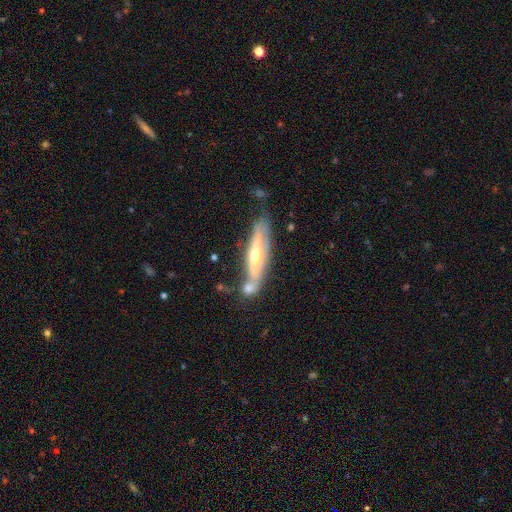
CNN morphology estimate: Smooth or featured?
  - featured or disk: 67% *
  - smooth: 27%
  - star or artifact: 6%
Edge-on disk?
  - yes: 67% *
  - no: 33%
Merging?
  - none: 54% *
  - merger: 20%
  - minor disturbance: 19%
  - major disturbance: 6%